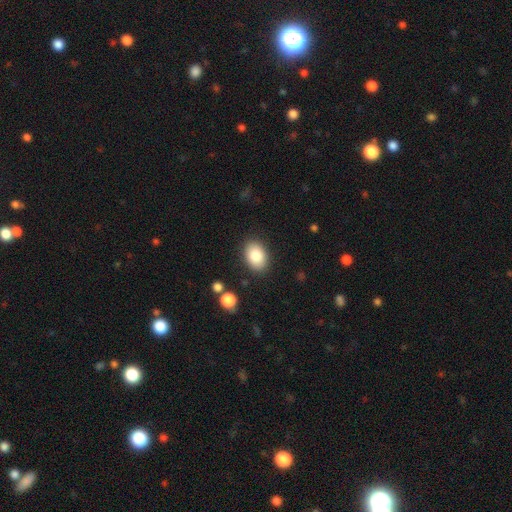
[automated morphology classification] Overall: smooth (84%). How rounded: in between (80%). Merging: none (86%).